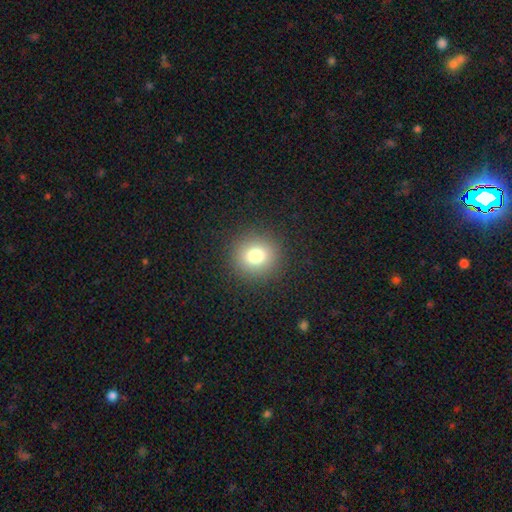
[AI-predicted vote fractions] A smooth galaxy with no disk features (77%) that is round (88%).

Vote fractions:
- Smooth or featured? smooth: 77% / star or artifact: 14% / featured or disk: 9%
- How rounded? round: 88% / in between: 11% / cigar-shaped: 1%
- Merging? none: 90% / minor disturbance: 6% / major disturbance: 3% / merger: 1%